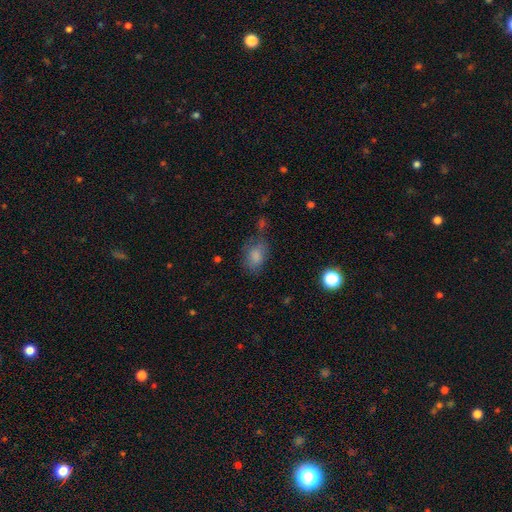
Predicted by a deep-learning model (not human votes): smooth-or-featured: smooth: 79% | featured or disk: 11% | star or artifact: 10%
  how-rounded: in between: 81% | round: 17% | cigar-shaped: 2%
  merging: none: 46% | minor disturbance: 26% | major disturbance: 17% | merger: 11%